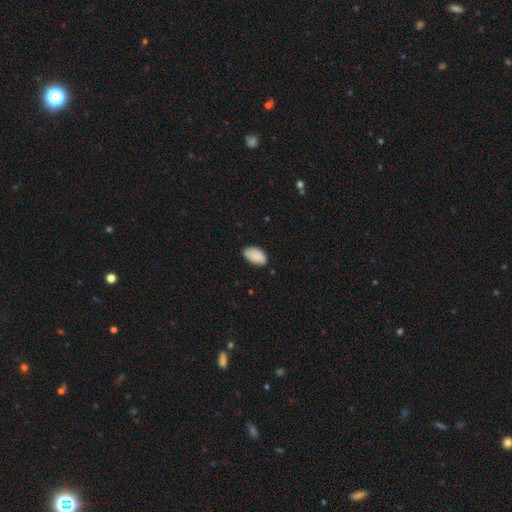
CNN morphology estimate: A smooth galaxy with no disk features (88%) that is in between round and cigar-shaped (95%).

Vote fractions:
- Smooth or featured? smooth: 88% / star or artifact: 7% / featured or disk: 5%
- How rounded? in between: 95% / round: 4% / cigar-shaped: 2%
- Merging? none: 76% / minor disturbance: 19% / major disturbance: 3% / merger: 1%